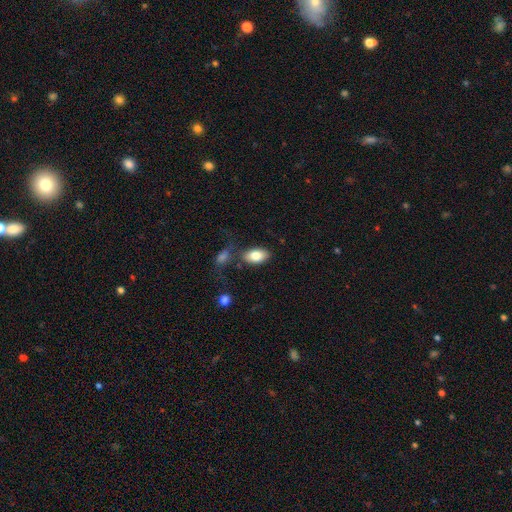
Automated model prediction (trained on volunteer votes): Smooth or featured?
  - smooth: 81% *
  - featured or disk: 12%
  - star or artifact: 7%
How rounded?
  - in between: 93% *
  - round: 5%
  - cigar-shaped: 2%
Merging?
  - none: 72% *
  - minor disturbance: 14%
  - merger: 8%
  - major disturbance: 6%